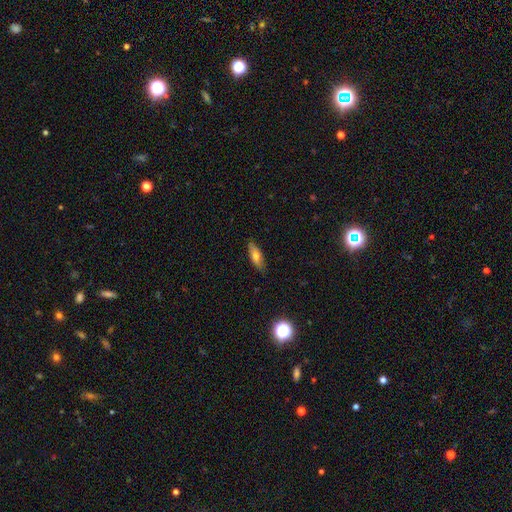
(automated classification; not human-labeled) Q: Smooth or featured?
A: smooth (64%); runner-up: featured or disk (28%)
Q: How rounded?
A: in between (56%); runner-up: cigar-shaped (41%)
Q: Merging?
A: none (83%); runner-up: minor disturbance (14%)